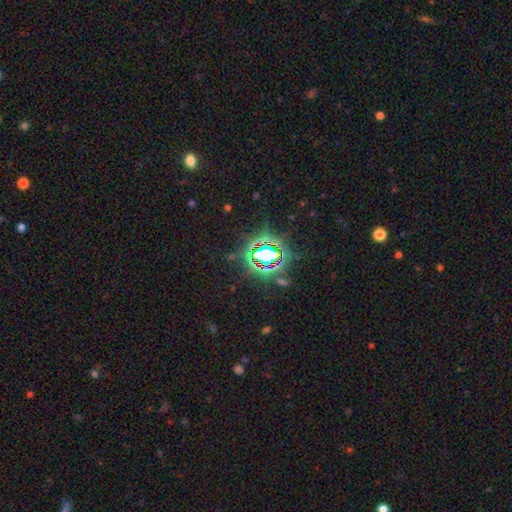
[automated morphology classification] A star or artifact, not a galaxy (81%).

Vote fractions:
- Smooth or featured? star or artifact: 81% / smooth: 10% / featured or disk: 8%